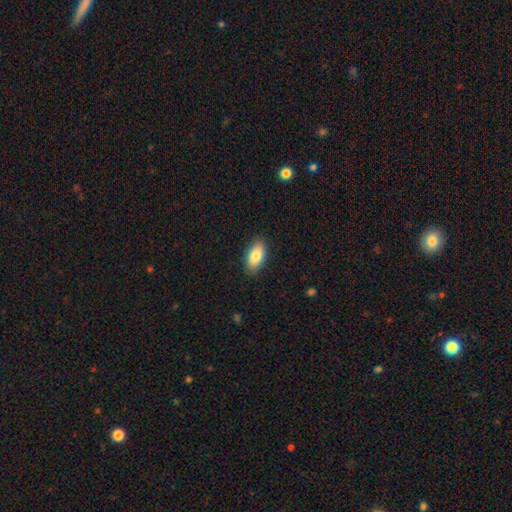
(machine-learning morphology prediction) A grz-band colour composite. It shows a smooth galaxy with no disk features (82%) that is in between round and cigar-shaped (92%). Merging: none (88%).